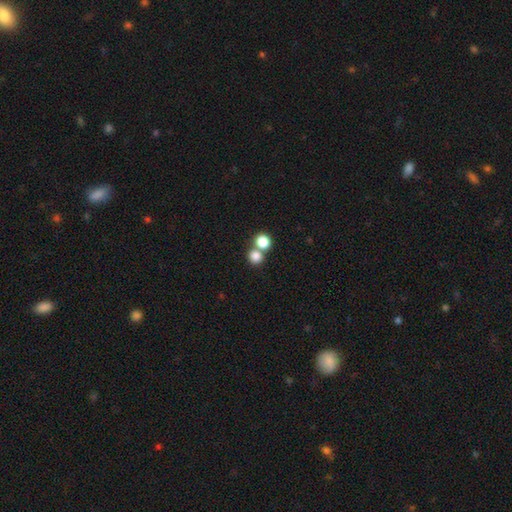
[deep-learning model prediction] The model was most divided on "merging": none: 49%, merger: 43%, minor disturbance: 5%, major disturbance: 3%. More confident: how rounded — round (87%); smooth or featured — smooth (81%).